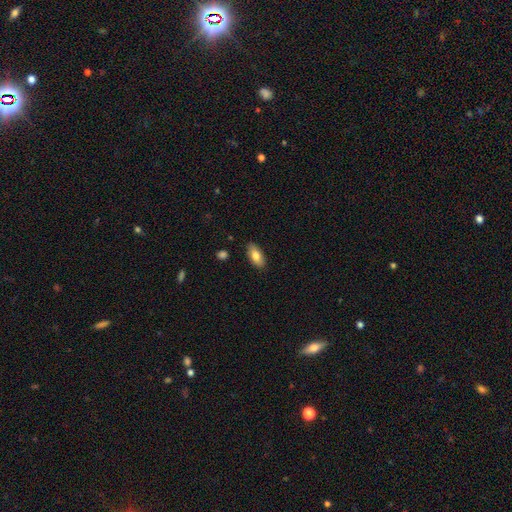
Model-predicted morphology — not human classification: The model was most divided on "smooth or featured": smooth: 79%, featured or disk: 14%, star or artifact: 7%. More confident: how rounded — in between (89%); merging — none (87%).